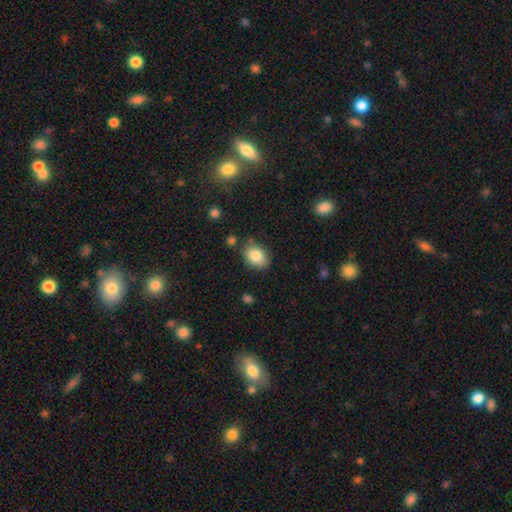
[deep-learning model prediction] smooth-or-featured: smooth: 84% | star or artifact: 8% | featured or disk: 8%
  how-rounded: in between: 74% | round: 25% | cigar-shaped: 1%
  merging: none: 80% | minor disturbance: 14% | merger: 4% | major disturbance: 3%